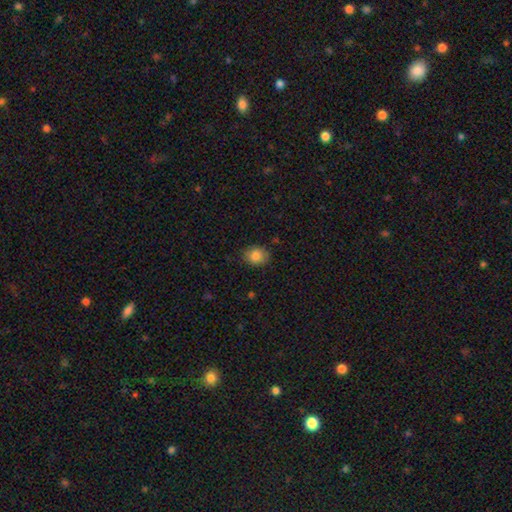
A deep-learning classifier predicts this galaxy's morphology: Smooth or featured? smooth (84%)
How rounded? round (53%)
Merging? none (82%)